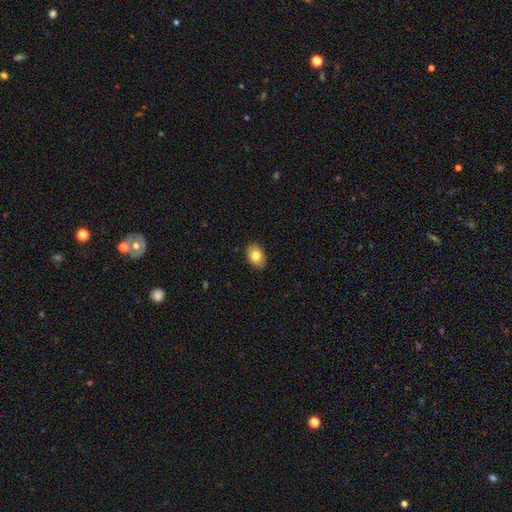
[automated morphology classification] This is likely a smooth galaxy (80%). How rounded: likely in between (75%). Merging: clearly none (89%).